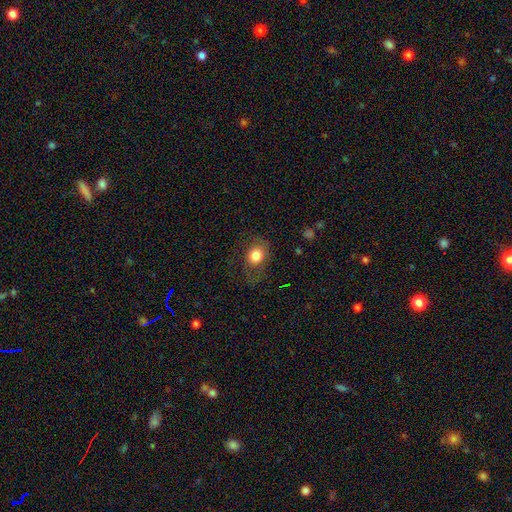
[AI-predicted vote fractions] This is likely a smooth galaxy (76%). How rounded: possibly round (55%). Merging: likely none (61%).